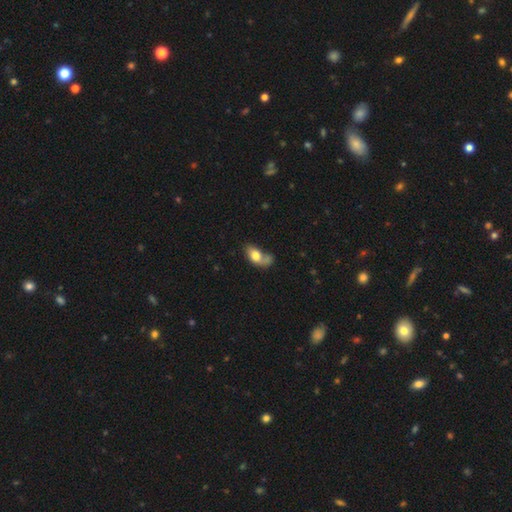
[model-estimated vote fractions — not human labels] A smooth galaxy with no disk features (71%) that is in between round and cigar-shaped (84%).

Vote fractions:
- Smooth or featured? smooth: 71% / featured or disk: 22% / star or artifact: 8%
- How rounded? in between: 84% / round: 11% / cigar-shaped: 5%
- Merging? merger: 36% / none: 26% / major disturbance: 19% / minor disturbance: 19%